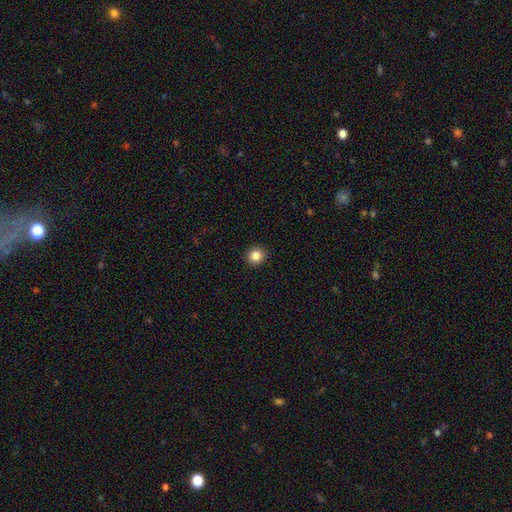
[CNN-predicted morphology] A smooth galaxy with no disk features (84%) that is round (87%).

Vote fractions:
- Smooth or featured? smooth: 84% / star or artifact: 10% / featured or disk: 5%
- How rounded? round: 87% / in between: 12% / cigar-shaped: 1%
- Merging? none: 92% / minor disturbance: 5% / major disturbance: 2% / merger: 1%